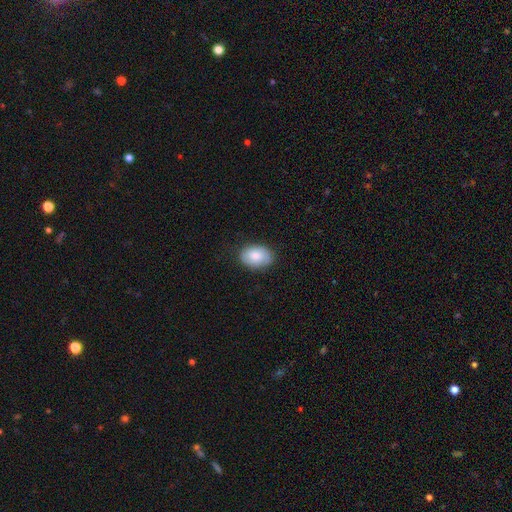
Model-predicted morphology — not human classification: A smooth galaxy with no disk features (79%) that is in between round and cigar-shaped (83%).

Vote fractions:
- Smooth or featured? smooth: 79% / featured or disk: 15% / star or artifact: 7%
- How rounded? in between: 83% / round: 16% / cigar-shaped: 1%
- Merging? none: 80% / minor disturbance: 15% / major disturbance: 3% / merger: 1%